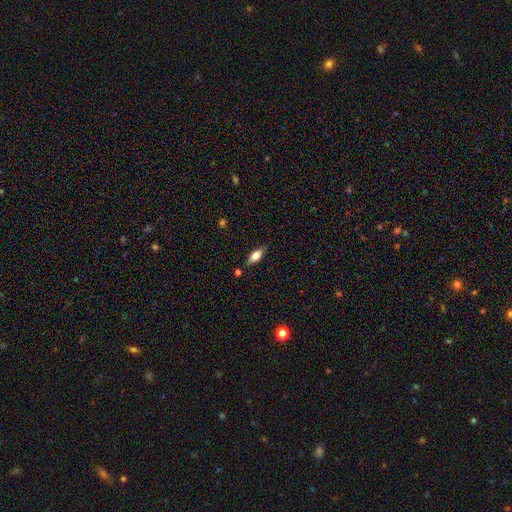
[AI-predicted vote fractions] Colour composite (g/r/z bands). It shows a smooth galaxy with no disk features (65%) that is in between round and cigar-shaped (77%). Merging: none (78%).